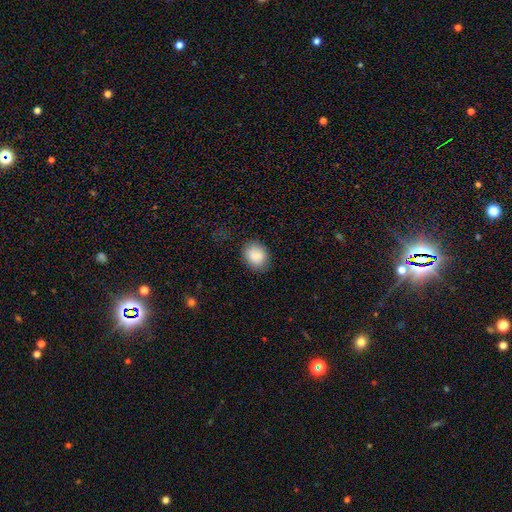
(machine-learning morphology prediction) Overall: smooth (88%). How rounded: in between (52%; round 47%). Merging: none (83%).